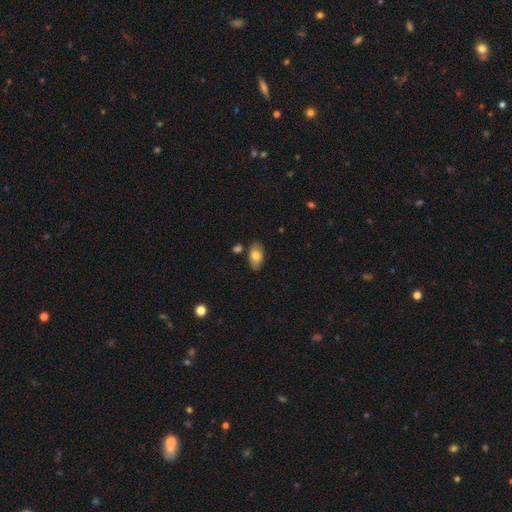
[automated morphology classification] This is likely a smooth galaxy (78%). How rounded: clearly in between (93%). Merging: clearly none (81%).